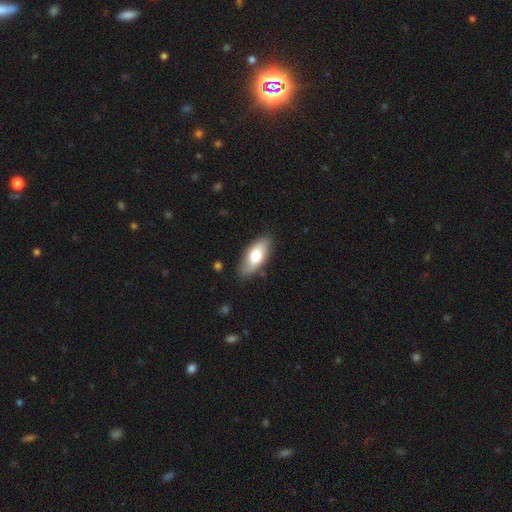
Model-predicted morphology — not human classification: Overall: smooth (68%). How rounded: in between (86%). Merging: none (84%).